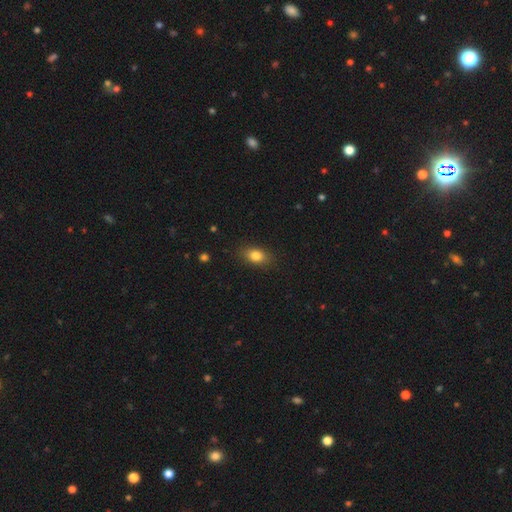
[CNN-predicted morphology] A smooth galaxy with no disk features (82%) that is in between round and cigar-shaped (78%). Merging: none (85%).